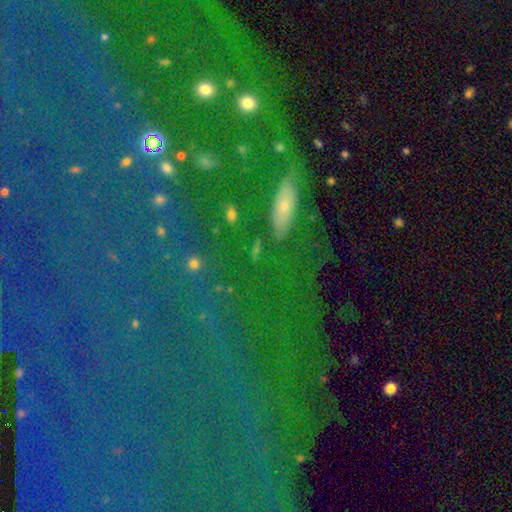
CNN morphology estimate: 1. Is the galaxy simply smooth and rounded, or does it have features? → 37% smooth, 34% star or artifact, 28% featured or disk.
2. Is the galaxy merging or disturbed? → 78% none, 11% minor disturbance, 6% major disturbance, 5% merger.